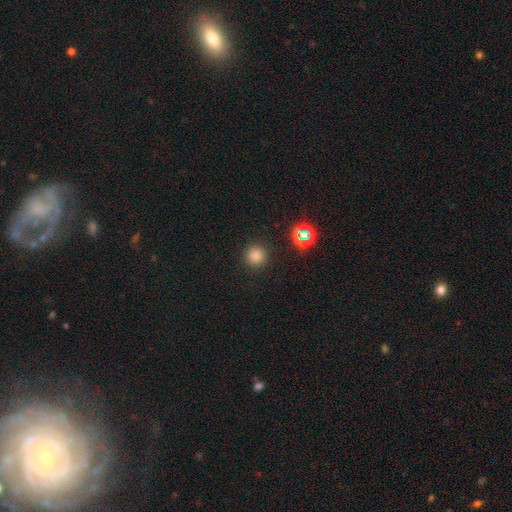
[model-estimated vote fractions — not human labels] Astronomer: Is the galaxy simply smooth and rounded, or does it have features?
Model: smooth — 79%.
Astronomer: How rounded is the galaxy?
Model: round — 94%.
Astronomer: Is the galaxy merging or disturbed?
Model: none — 90%.